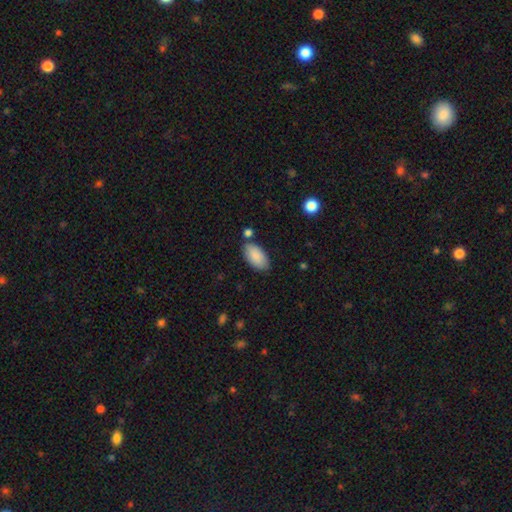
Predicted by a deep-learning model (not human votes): Smooth or featured? smooth (88%)
How rounded? in between (95%)
Merging? none (77%)